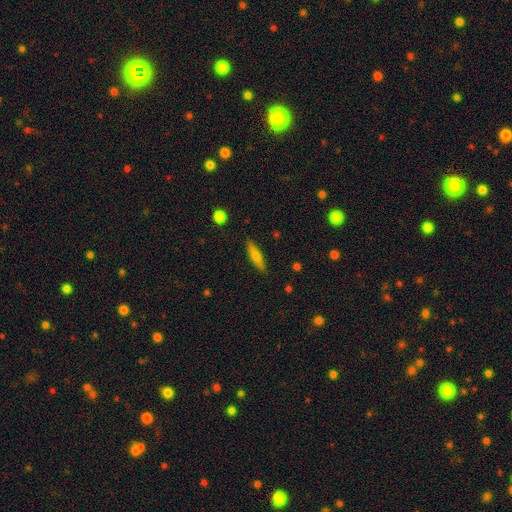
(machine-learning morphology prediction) type=smooth (64%); roundness=cigar-shaped (79%); merging=none (88%).